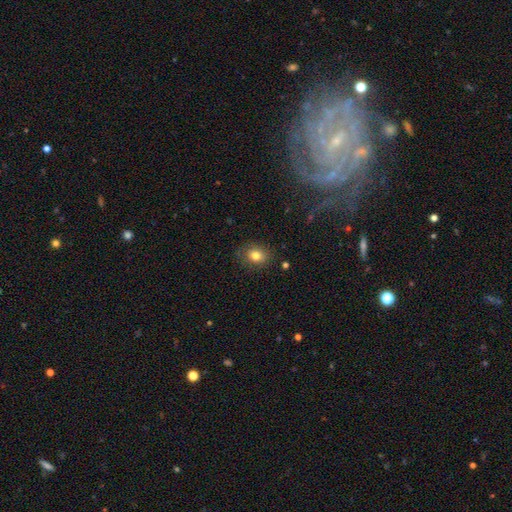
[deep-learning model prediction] Morphology: type=smooth (80%); roundness=in between (50%); merging=none (83%).